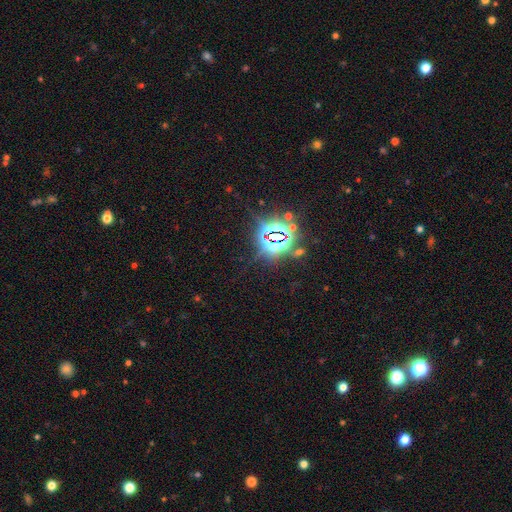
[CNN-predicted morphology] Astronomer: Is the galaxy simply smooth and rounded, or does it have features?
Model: star or artifact — 83%.